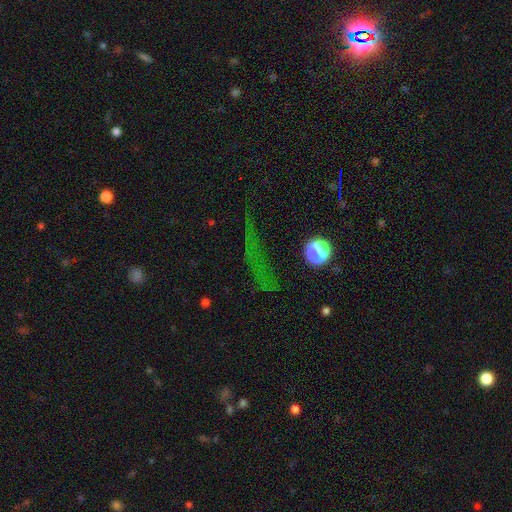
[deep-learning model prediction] The model was most divided on "smooth or featured": star or artifact: 64%, smooth: 24%, featured or disk: 12%.